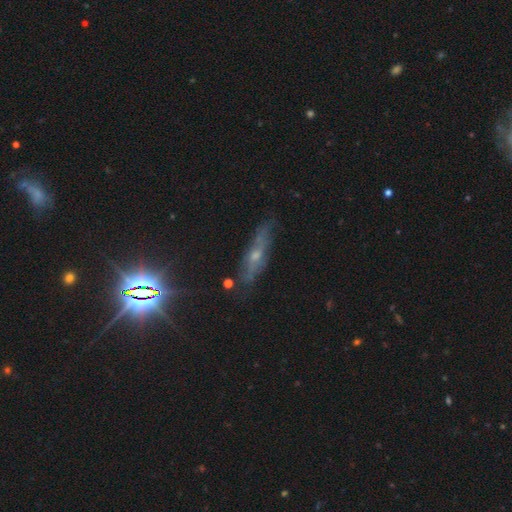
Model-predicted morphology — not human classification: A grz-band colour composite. It shows a featured or disk galaxy (53%) viewed edge-on (63%). Merging: none (71%).